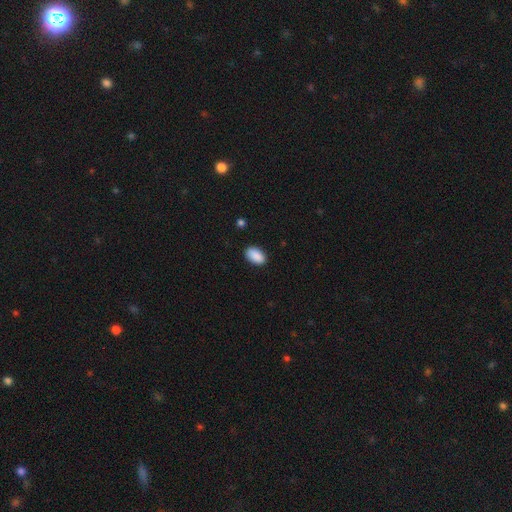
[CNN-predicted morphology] Smooth or featured? Predicted: smooth (p=0.90). How rounded? Predicted: in between (p=0.93). Merging? Predicted: none (p=0.88).